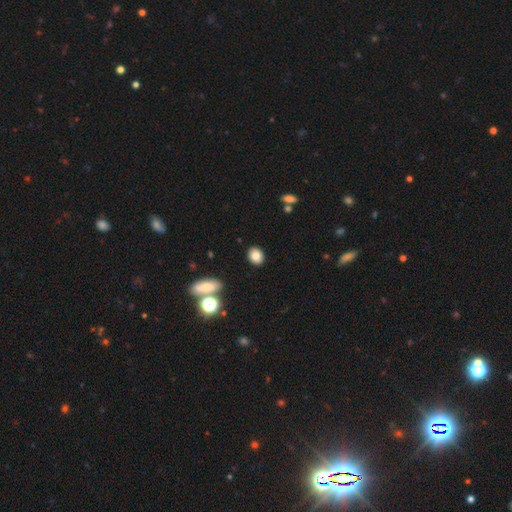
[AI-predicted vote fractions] Q: Smooth or featured?
A: smooth (83%); runner-up: star or artifact (10%)
Q: How rounded?
A: in between (56%); runner-up: round (43%)
Q: Merging?
A: none (88%); runner-up: minor disturbance (8%)